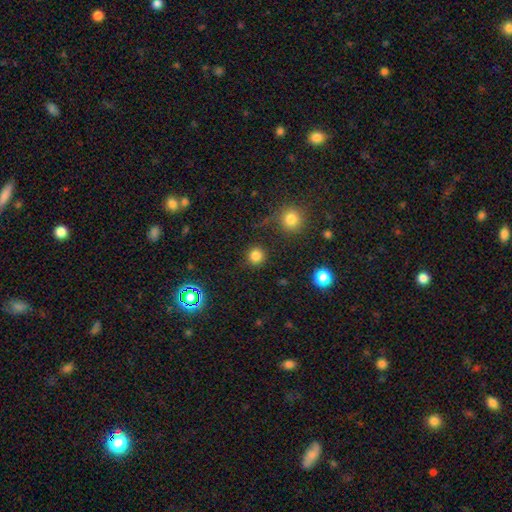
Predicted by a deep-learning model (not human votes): smooth 82%, star or artifact 14%, featured or disk 4%. Down the decision tree: how rounded — round (94%); merging — none (88%).